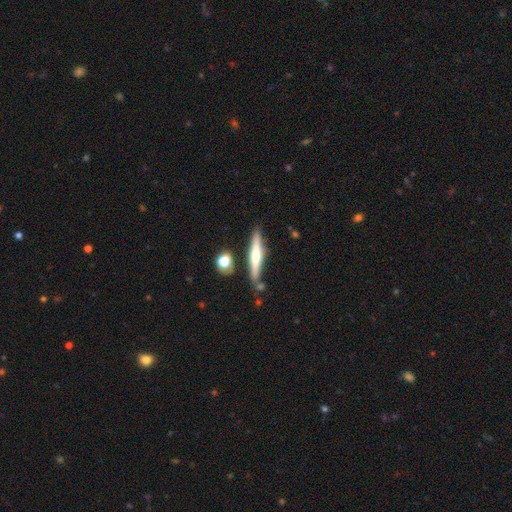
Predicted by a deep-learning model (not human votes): Smooth or featured?
  - featured or disk: 51% *
  - smooth: 43%
  - star or artifact: 6%
Edge-on disk?
  - yes: 94% *
  - no: 6%
Merging?
  - none: 78% *
  - minor disturbance: 13%
  - merger: 7%
  - major disturbance: 3%